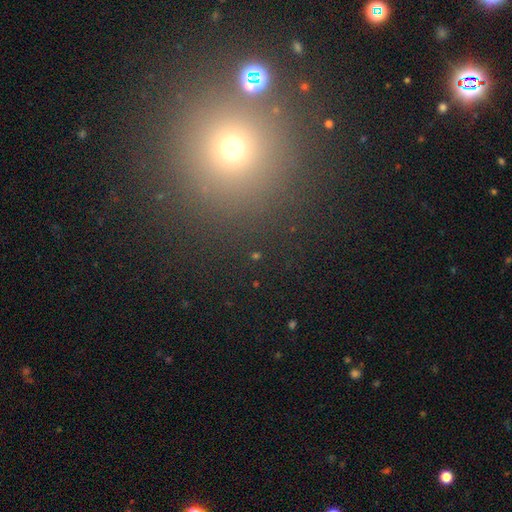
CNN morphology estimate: smooth-or-featured: star or artifact: 54% | smooth: 35% | featured or disk: 11%